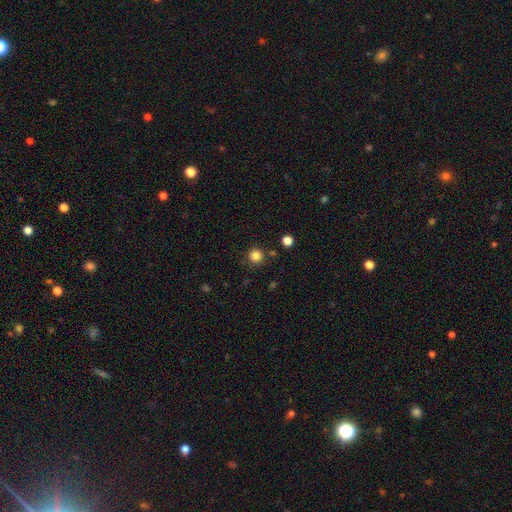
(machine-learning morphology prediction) smooth 84%, star or artifact 12%, featured or disk 4%. Down the decision tree: how rounded — round (95%); merging — none (86%).